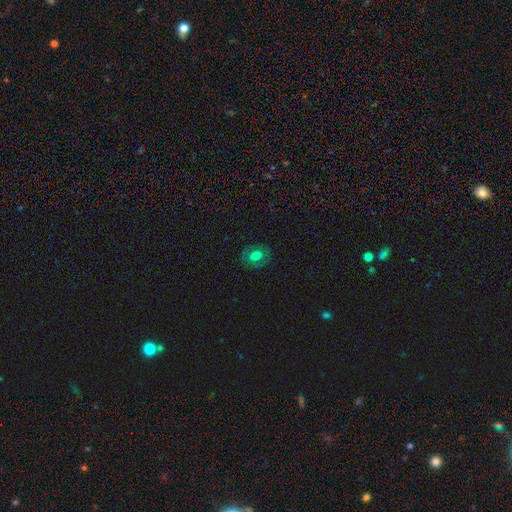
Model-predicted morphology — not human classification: Smooth or featured? Predicted: smooth (p=0.62). How rounded? Predicted: in between (p=0.50). Merging? Predicted: none (p=0.83).